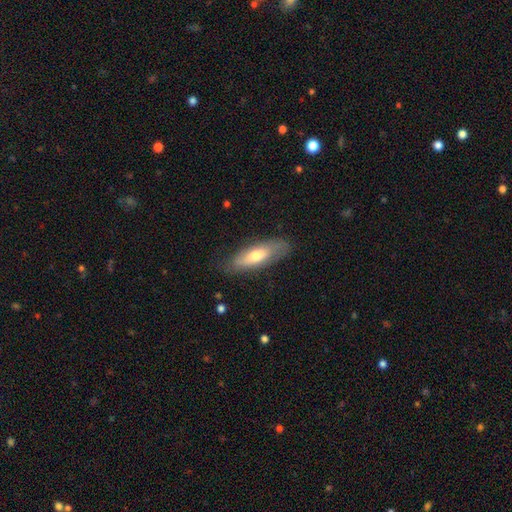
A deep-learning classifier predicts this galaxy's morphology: A smooth galaxy with no disk features (60%) that is in between round and cigar-shaped (56%).

Vote fractions:
- Smooth or featured? smooth: 60% / featured or disk: 34% / star or artifact: 6%
- How rounded? in between: 56% / cigar-shaped: 42% / round: 2%
- Merging? none: 77% / minor disturbance: 17% / major disturbance: 5% / merger: 1%